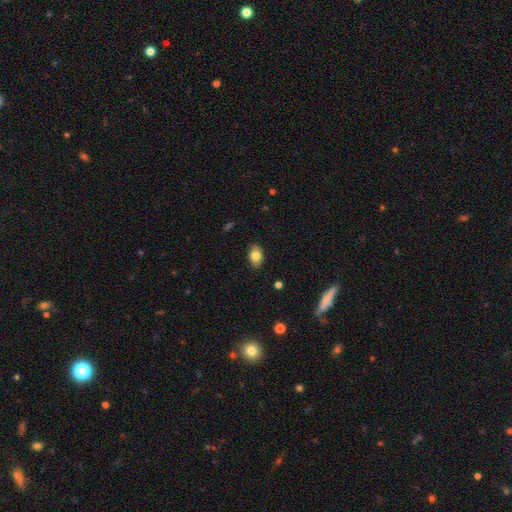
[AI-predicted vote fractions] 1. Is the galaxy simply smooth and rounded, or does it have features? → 80% smooth, 12% featured or disk, 8% star or artifact.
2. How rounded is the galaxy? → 86% in between, 12% round, 1% cigar-shaped.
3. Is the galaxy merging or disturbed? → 88% none, 9% minor disturbance, 2% major disturbance, 1% merger.